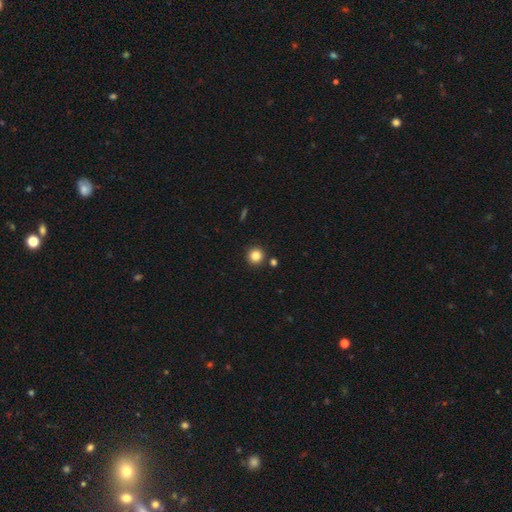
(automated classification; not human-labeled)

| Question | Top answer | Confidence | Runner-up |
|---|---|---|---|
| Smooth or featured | smooth | 83% | star or artifact (11%) |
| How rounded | round | 95% | in between (4%) |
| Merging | none | 89% | minor disturbance (6%) |